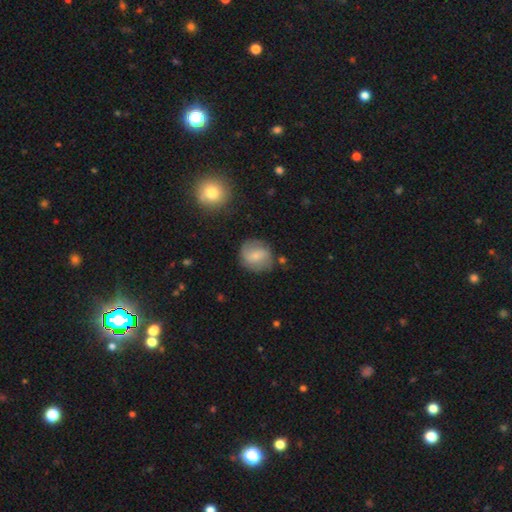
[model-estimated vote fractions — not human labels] The model was most divided on "smooth or featured": smooth: 57%, featured or disk: 35%, star or artifact: 8%. More confident: how rounded — round (78%); merging — none (72%).